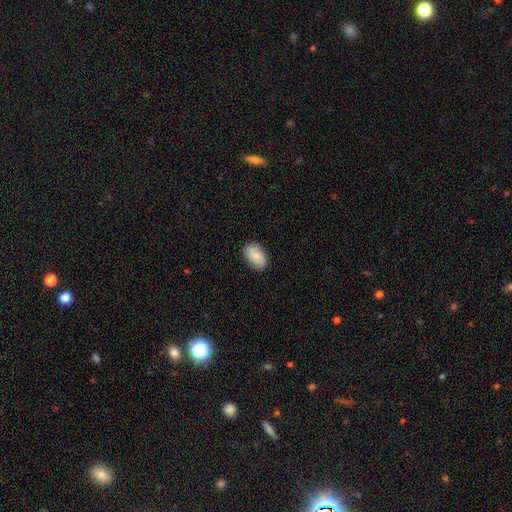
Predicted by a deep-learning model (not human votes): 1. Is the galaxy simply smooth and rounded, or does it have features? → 77% smooth, 16% featured or disk, 7% star or artifact.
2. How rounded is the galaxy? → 90% in between, 8% round, 2% cigar-shaped.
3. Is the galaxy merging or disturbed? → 82% none, 14% minor disturbance, 3% major disturbance, 1% merger.